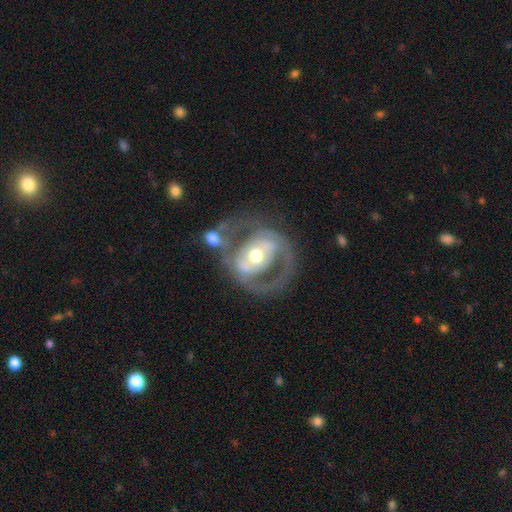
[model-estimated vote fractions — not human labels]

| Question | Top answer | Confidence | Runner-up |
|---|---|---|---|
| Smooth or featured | featured or disk | 77% | smooth (18%) |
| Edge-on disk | no | 96% | yes (4%) |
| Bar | no | 38% | weak (32%) |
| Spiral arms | yes | 60% | no (40%) |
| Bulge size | moderate | 72% | small (13%) |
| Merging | none | 44% | major disturbance (21%) |